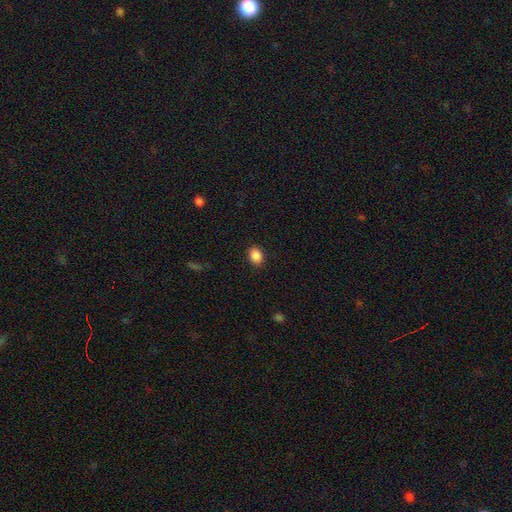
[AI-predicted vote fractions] This appears to be a smooth galaxy with no disk features (88%) that is in between round and cigar-shaped (64%). Merging: none (88%).